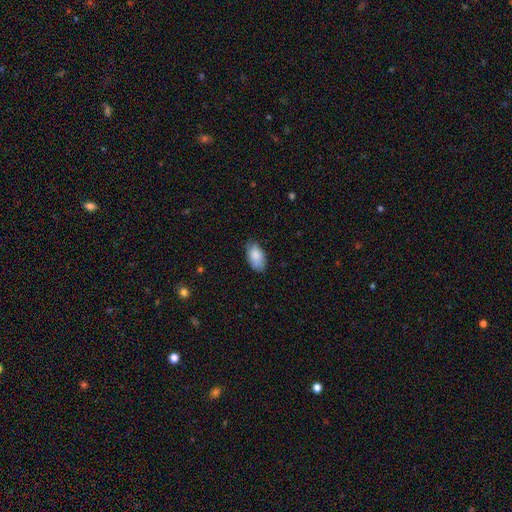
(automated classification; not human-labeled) Morphology: type=smooth (84%); roundness=in between (94%); merging=none (73%).